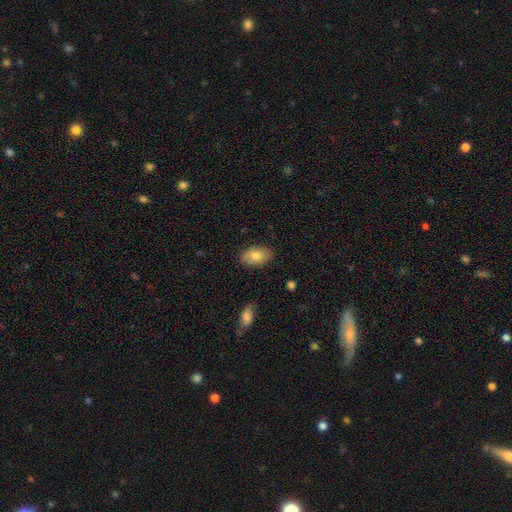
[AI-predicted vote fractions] Smooth or featured? smooth (80%)
How rounded? in between (89%)
Merging? none (86%)